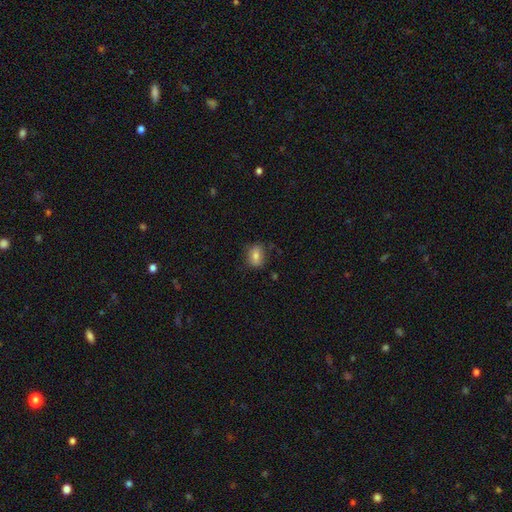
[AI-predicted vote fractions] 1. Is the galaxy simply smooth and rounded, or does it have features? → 76% smooth, 14% featured or disk, 10% star or artifact.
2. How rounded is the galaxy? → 63% in between, 34% round, 2% cigar-shaped.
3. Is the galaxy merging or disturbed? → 74% none, 19% minor disturbance, 5% major disturbance, 2% merger.